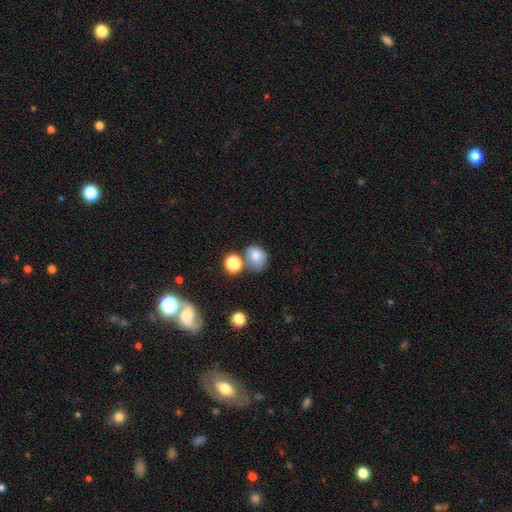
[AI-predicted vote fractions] Smooth or featured? smooth (78%)
How rounded? round (52%)
Merging? none (56%)